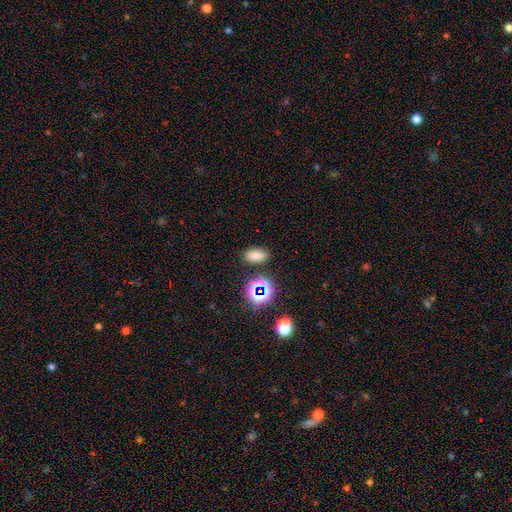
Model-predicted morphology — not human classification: smooth 72%, star or artifact 21%, featured or disk 6%. Down the decision tree: how rounded — in between (87%); merging — none (84%).